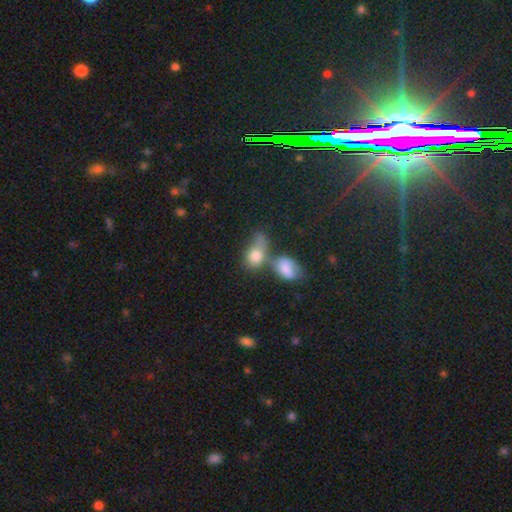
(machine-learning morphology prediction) The model was most divided on "merging": merger: 50%, none: 25%, minor disturbance: 14%, major disturbance: 12%. More confident: smooth or featured — smooth (76%); how rounded — in between (71%).